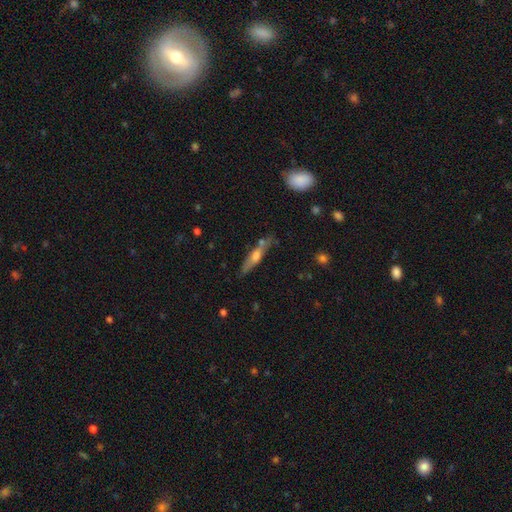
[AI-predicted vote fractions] smooth_or_featured: featured or disk (p=0.48) [alt: smooth p=0.45]
merging: none (p=0.64) [alt: minor disturbance p=0.20]